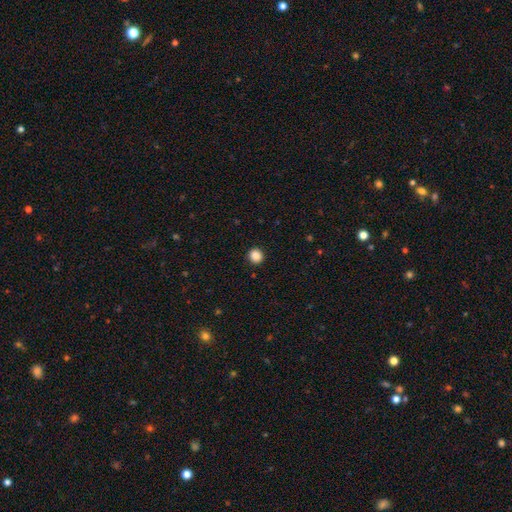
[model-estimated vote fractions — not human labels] This appears to be a smooth galaxy with no disk features (87%) that is round (90%). Merging: none (93%).